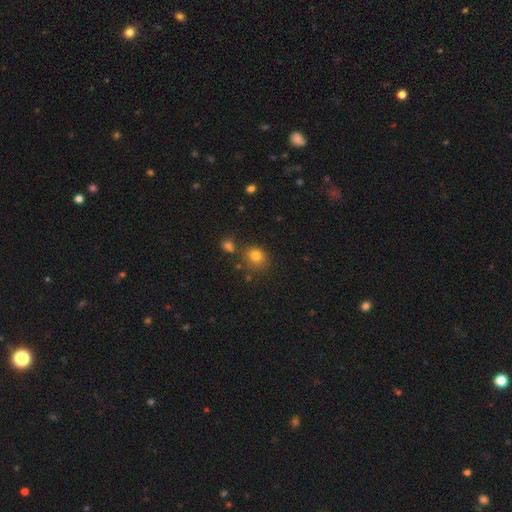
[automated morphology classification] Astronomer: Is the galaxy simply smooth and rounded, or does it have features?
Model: smooth — 79%.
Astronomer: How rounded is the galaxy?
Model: round — 80%.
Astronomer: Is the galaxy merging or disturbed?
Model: none — 72%.